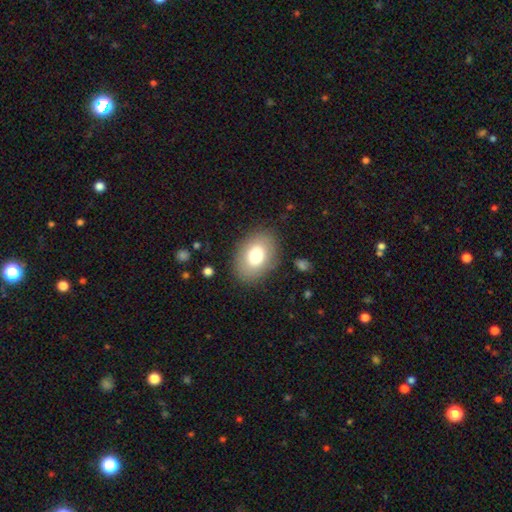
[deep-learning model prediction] Smooth or featured?
  - smooth: 75% *
  - featured or disk: 17%
  - star or artifact: 8%
How rounded?
  - in between: 78% *
  - round: 21%
  - cigar-shaped: 1%
Merging?
  - none: 85% *
  - minor disturbance: 10%
  - major disturbance: 4%
  - merger: 1%